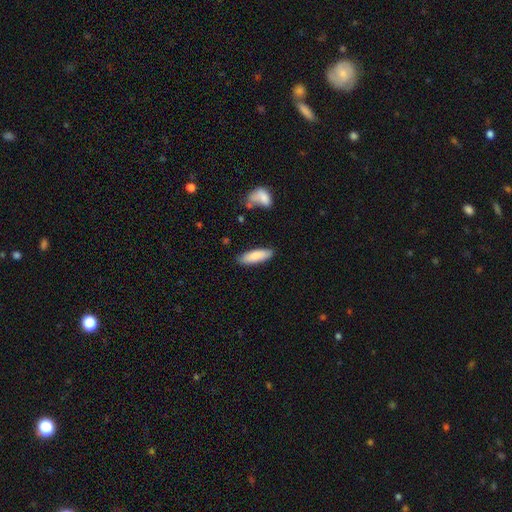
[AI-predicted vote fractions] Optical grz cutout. It shows a smooth galaxy with no disk features (84%) that is in between round and cigar-shaped (50%). Merging: none (85%).